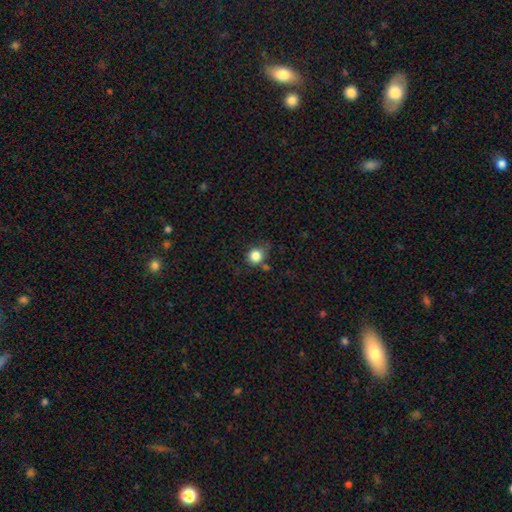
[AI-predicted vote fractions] Smooth or featured: smooth — 83% (star or artifact — 11%)
How rounded: round — 80% (in between — 19%)
Merging: none — 65% (minor disturbance — 22%)